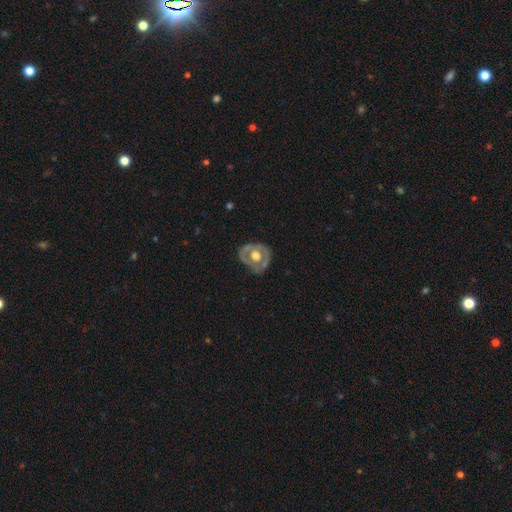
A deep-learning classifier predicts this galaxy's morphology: Overall: featured or disk (63%; smooth 32%). Edge-on disk: no (95%). Bar: no (83%). Spiral arms: no (73%). Bulge size: moderate (55%; large 38%). Merging: none (71%).